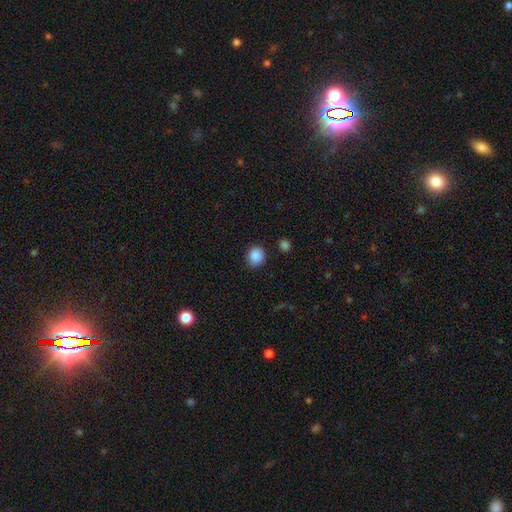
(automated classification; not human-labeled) Overall: smooth (87%). How rounded: round (79%). Merging: none (84%).